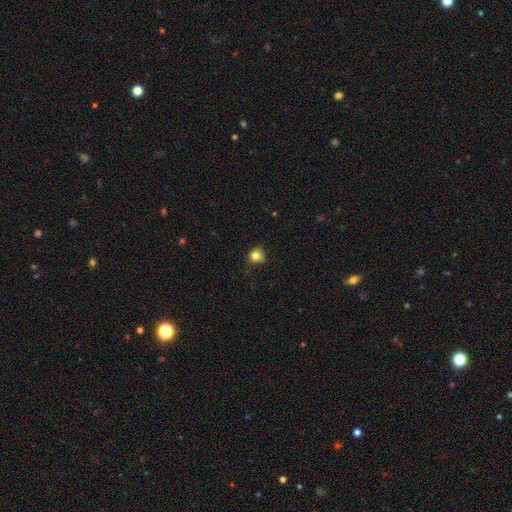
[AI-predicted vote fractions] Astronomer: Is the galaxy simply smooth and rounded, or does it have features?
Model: smooth — 82%.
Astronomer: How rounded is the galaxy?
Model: round — 86%.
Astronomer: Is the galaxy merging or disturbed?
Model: none — 78%.